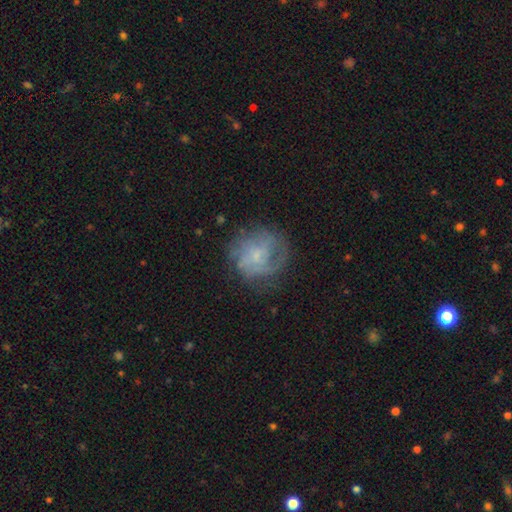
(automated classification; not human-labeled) Smooth or featured? Predicted: featured or disk (p=0.65). Edge-on disk? Predicted: no (p=0.98). Bar? Predicted: no (p=0.71). Spiral arms? Predicted: yes (p=0.80). Spiral winding? Predicted: tight (p=0.44). Spiral arm count? Predicted: can't tell (p=0.44). Bulge size? Predicted: small (p=0.63). Merging? Predicted: none (p=0.63).